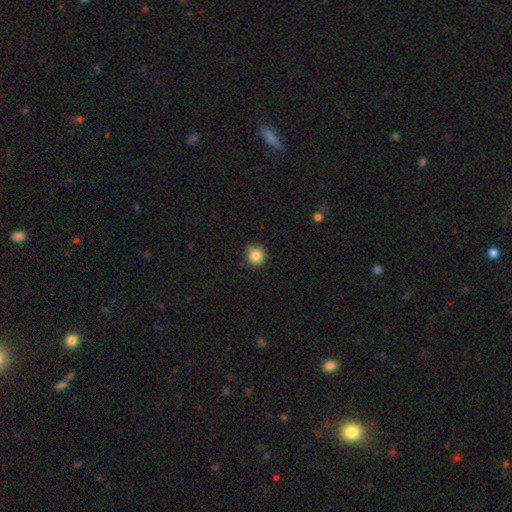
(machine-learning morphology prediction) Q: Smooth or featured?
A: smooth (85%); runner-up: star or artifact (10%)
Q: How rounded?
A: round (92%); runner-up: in between (7%)
Q: Merging?
A: none (83%); runner-up: minor disturbance (14%)